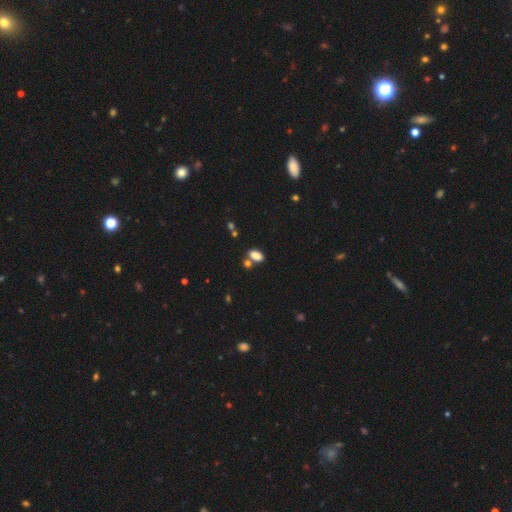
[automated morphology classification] Smooth or featured?
  - smooth: 84% *
  - star or artifact: 11%
  - featured or disk: 5%
How rounded?
  - in between: 90% *
  - round: 8%
  - cigar-shaped: 2%
Merging?
  - none: 61% *
  - merger: 24%
  - minor disturbance: 12%
  - major disturbance: 4%